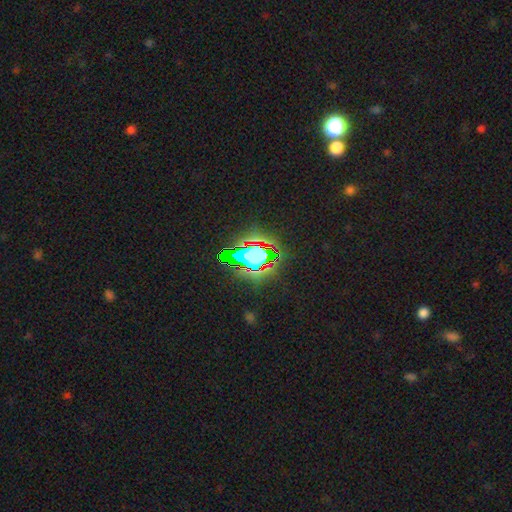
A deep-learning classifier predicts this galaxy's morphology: Overall: star or artifact (64%).